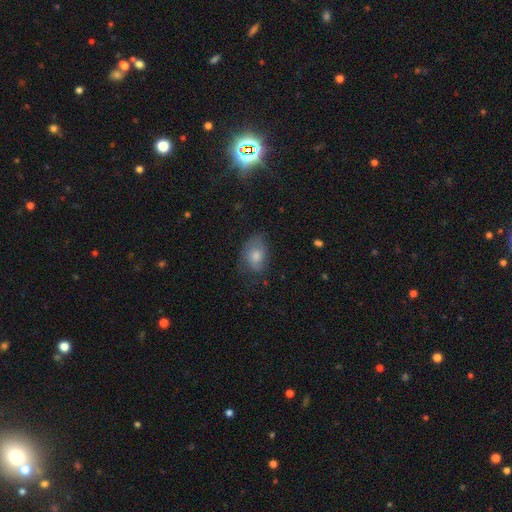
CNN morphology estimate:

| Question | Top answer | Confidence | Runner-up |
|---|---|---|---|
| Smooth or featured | smooth | 66% | featured or disk (25%) |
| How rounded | in between | 81% | round (17%) |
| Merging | none | 56% | minor disturbance (29%) |